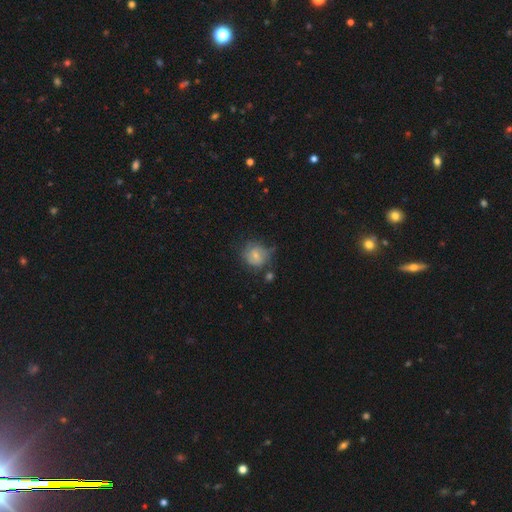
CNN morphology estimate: smooth-or-featured: smooth: 58% | featured or disk: 33% | star or artifact: 9%
  how-rounded: round: 74% | in between: 25% | cigar-shaped: 1%
  merging: none: 57% | minor disturbance: 26% | major disturbance: 11% | merger: 6%